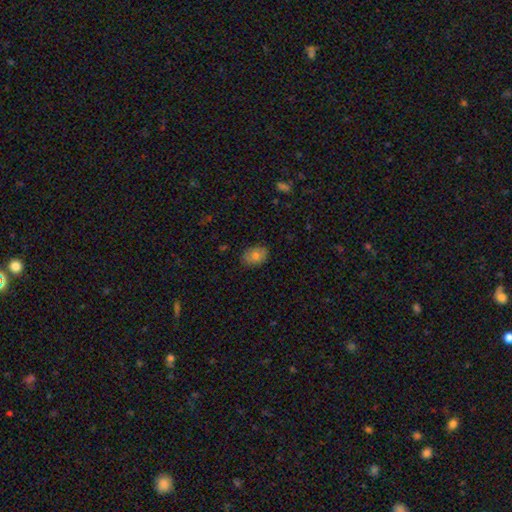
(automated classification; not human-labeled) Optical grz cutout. It shows a smooth galaxy with no disk features (78%) that is in between round and cigar-shaped (72%). Merging: none (84%).